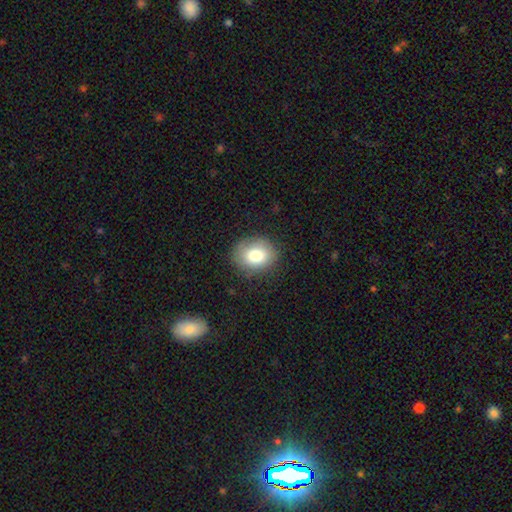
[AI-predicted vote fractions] smooth_or_featured: smooth (p=0.79) [alt: featured or disk p=0.12]
how_rounded: round (p=0.58) [alt: in between p=0.41]
merging: none (p=0.83) [alt: minor disturbance p=0.12]